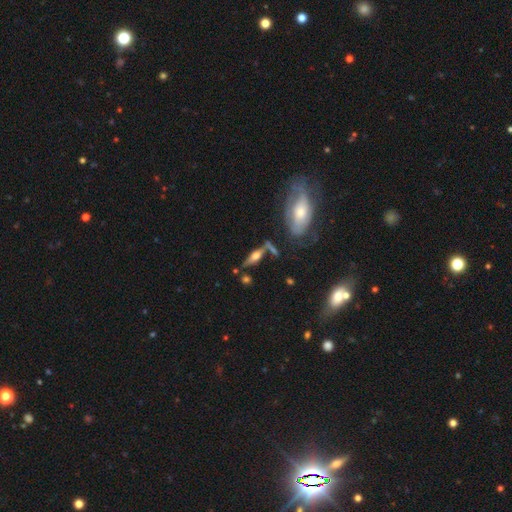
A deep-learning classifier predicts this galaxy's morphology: type=featured or disk (64%); edge-on=yes (92%); edge-on bulge=rounded (92%); merging=none (71%).